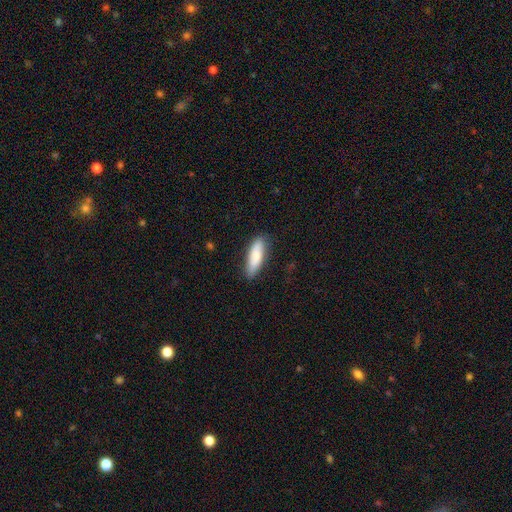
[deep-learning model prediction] Overall: smooth (82%). How rounded: cigar-shaped (50%; in between 49%). Merging: none (79%).